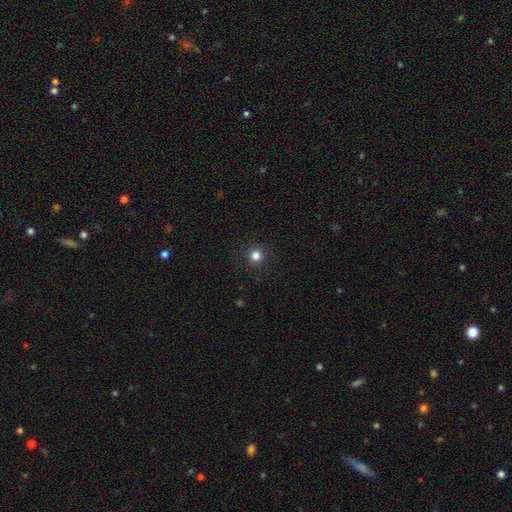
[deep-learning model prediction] smooth-or-featured: smooth: 82% | star or artifact: 13% | featured or disk: 4%
  how-rounded: round: 96% | in between: 3% | cigar-shaped: 1%
  merging: none: 92% | minor disturbance: 5% | major disturbance: 2% | merger: 1%